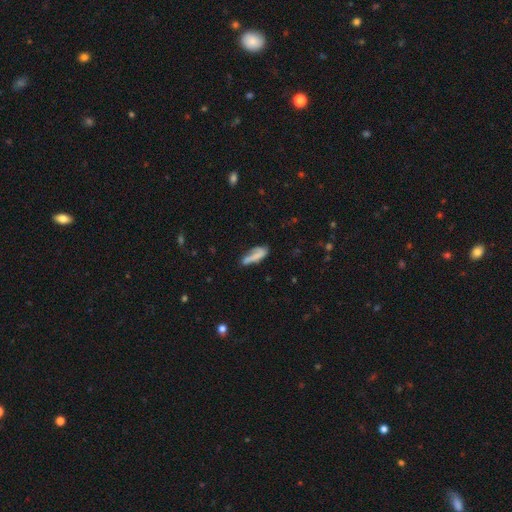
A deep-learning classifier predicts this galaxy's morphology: This appears to be a smooth galaxy with no disk features (60%) that is cigar-shaped (50%). Merging: none (42%).